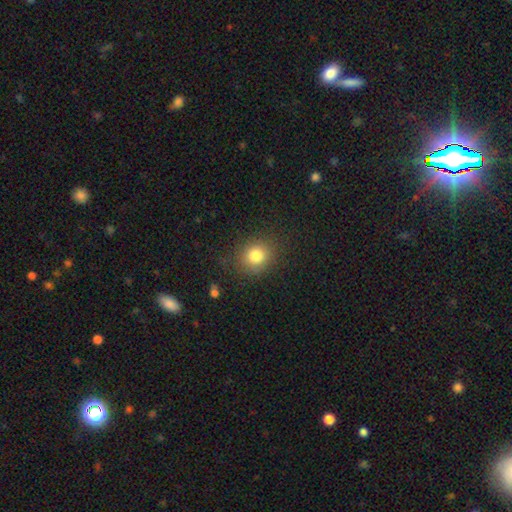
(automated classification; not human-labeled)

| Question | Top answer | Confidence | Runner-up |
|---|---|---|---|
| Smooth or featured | smooth | 81% | star or artifact (11%) |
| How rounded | round | 75% | in between (24%) |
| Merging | none | 84% | minor disturbance (11%) |